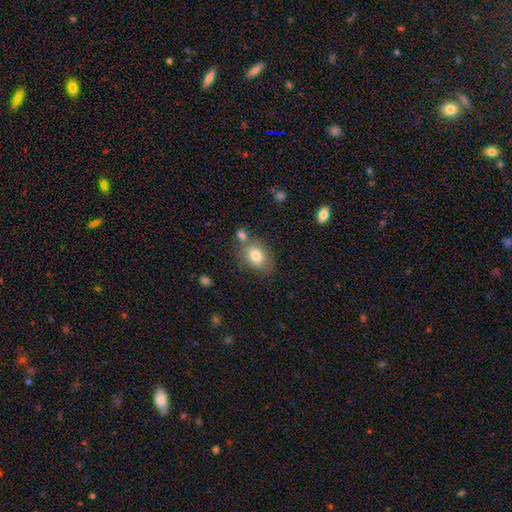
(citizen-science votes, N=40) smooth-or-featured: smooth: 88% | star or artifact: 8% | featured or disk: 5%
  how-rounded: in between: 71% | round: 26% | cigar-shaped: 3%
  merging: none: 54% | merger: 27% | major disturbance: 14% | minor disturbance: 5%